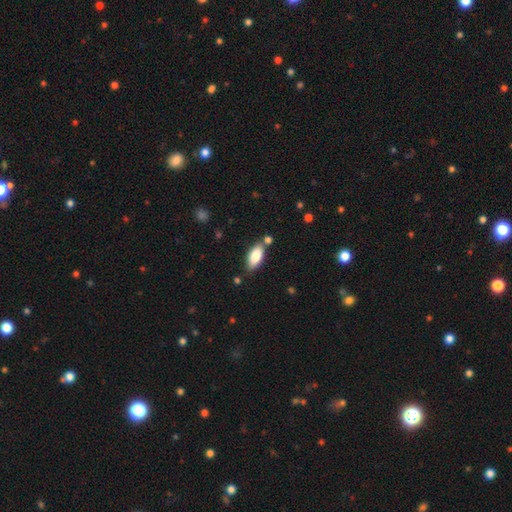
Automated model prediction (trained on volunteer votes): Smooth or featured? smooth (81%)
How rounded? in between (87%)
Merging? none (76%)